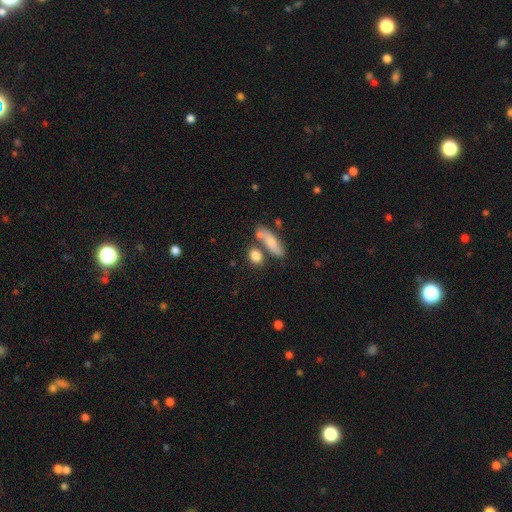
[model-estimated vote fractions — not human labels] This appears to be a smooth galaxy with no disk features (81%) that is in between round and cigar-shaped (48%). Merging: none (60%).